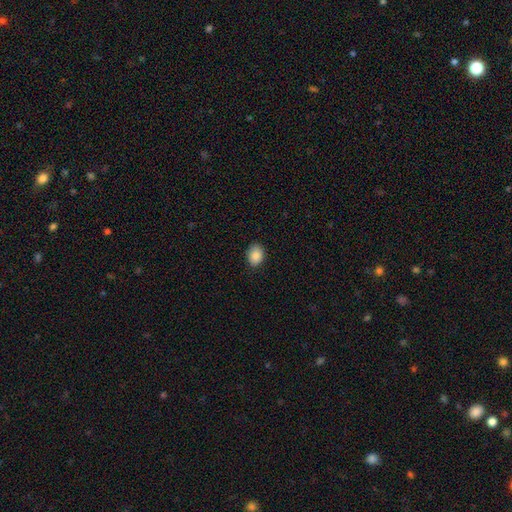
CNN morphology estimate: Smooth or featured: smooth — 88% (star or artifact — 8%)
How rounded: in between — 67% (round — 32%)
Merging: none — 85% (minor disturbance — 12%)